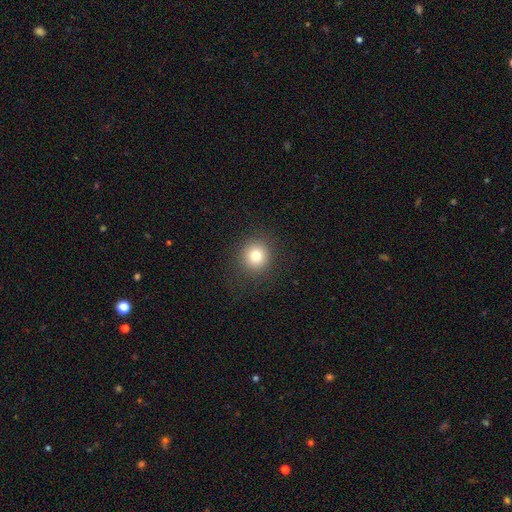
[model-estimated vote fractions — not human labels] smooth-or-featured: smooth: 79% | star or artifact: 13% | featured or disk: 9%
  how-rounded: round: 92% | in between: 7% | cigar-shaped: 1%
  merging: none: 89% | minor disturbance: 7% | major disturbance: 3% | merger: 1%